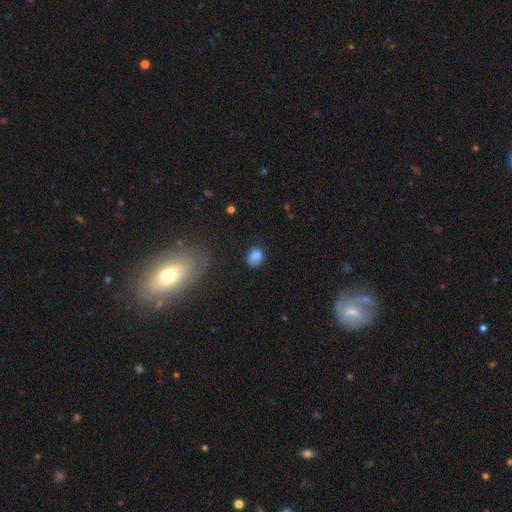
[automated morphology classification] Smooth or featured? smooth (79%)
How rounded? round (50%)
Merging? none (59%)